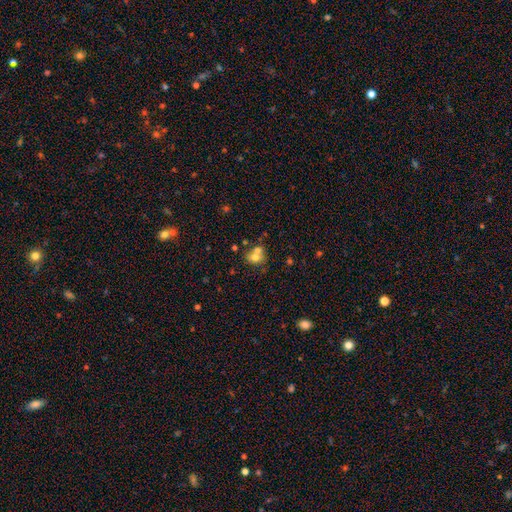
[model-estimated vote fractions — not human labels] Smooth or featured? Predicted: smooth (p=0.67). How rounded? Predicted: round (p=0.71). Merging? Predicted: merger (p=0.52).